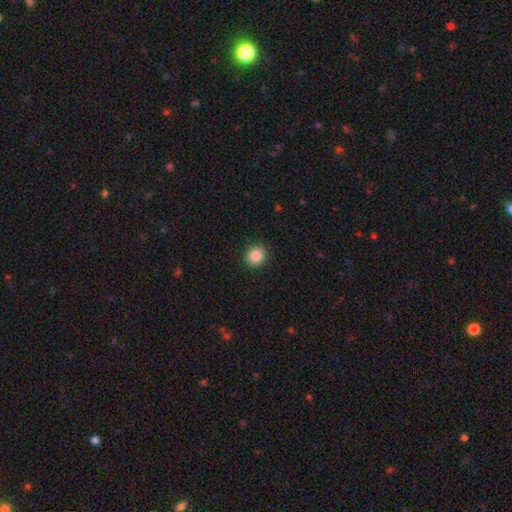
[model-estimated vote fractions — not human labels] Smooth or featured? Predicted: smooth (p=0.85). How rounded? Predicted: round (p=0.81). Merging? Predicted: none (p=0.90).